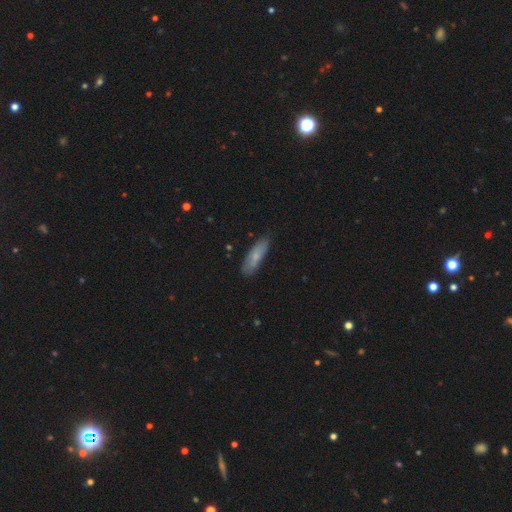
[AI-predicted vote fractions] Morphology: type=smooth (68%); roundness=cigar-shaped (56%); merging=none (79%).